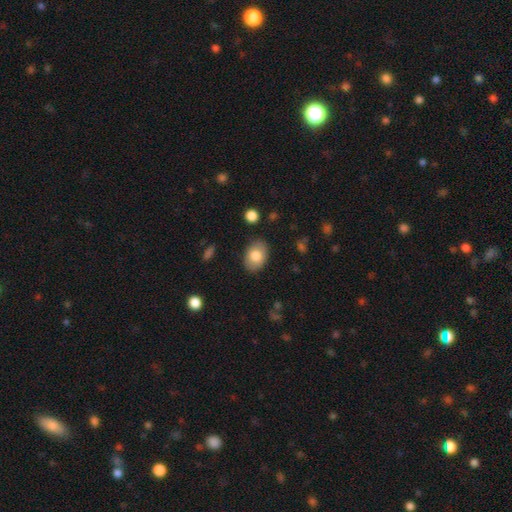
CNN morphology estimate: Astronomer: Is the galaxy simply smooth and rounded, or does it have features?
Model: smooth — 78%.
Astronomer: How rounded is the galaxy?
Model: in between — 79%.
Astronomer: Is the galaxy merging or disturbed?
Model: none — 86%.